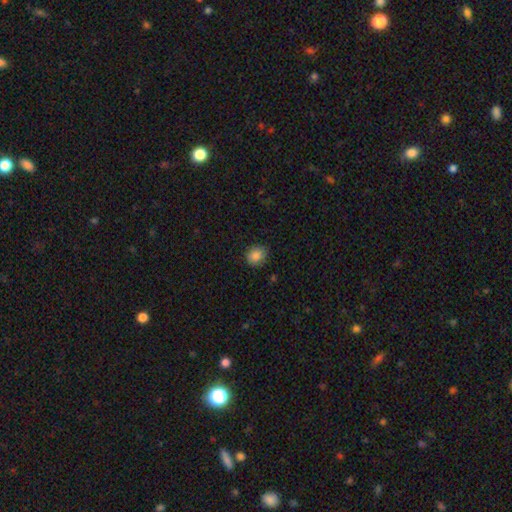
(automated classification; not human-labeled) Q: Smooth or featured?
A: smooth (85%); runner-up: star or artifact (9%)
Q: How rounded?
A: round (70%); runner-up: in between (29%)
Q: Merging?
A: none (85%); runner-up: minor disturbance (12%)